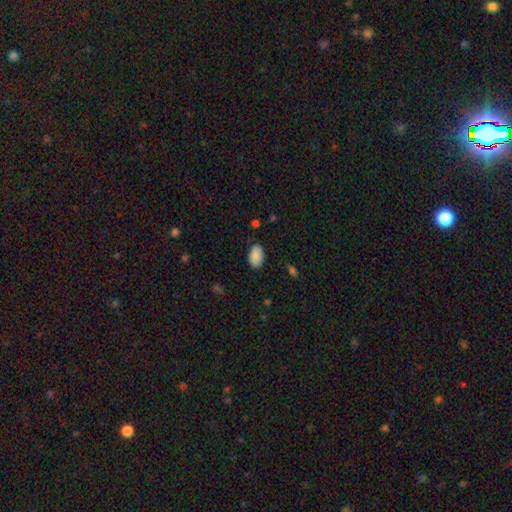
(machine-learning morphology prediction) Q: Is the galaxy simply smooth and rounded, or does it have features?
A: smooth — 89%.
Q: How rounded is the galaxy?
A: in between — 92%.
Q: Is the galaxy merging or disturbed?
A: none — 85%.